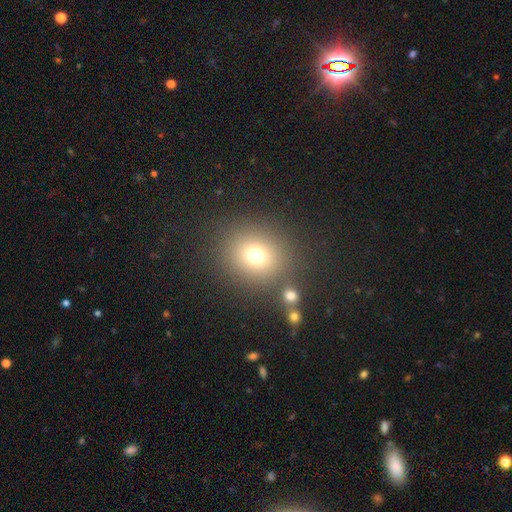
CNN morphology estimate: type=smooth (72%); roundness=round (76%); merging=none (80%).